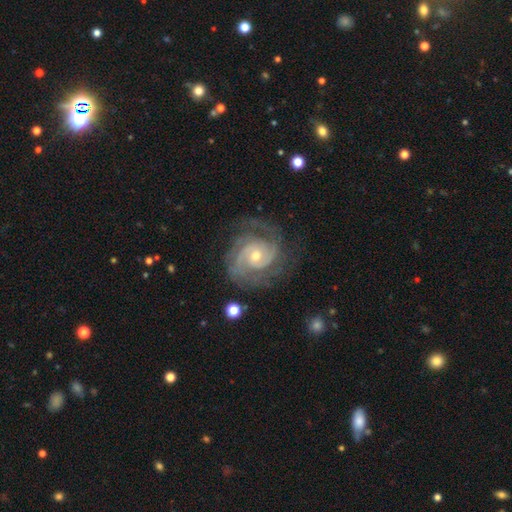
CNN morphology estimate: smooth_or_featured: featured or disk (p=0.91) [alt: star or artifact p=0.05]
disk_edge_on: no (p=0.98) [alt: yes p=0.02]
bar: no (p=0.67) [alt: weak p=0.27]
has_spiral_arms: yes (p=0.98) [alt: no p=0.02]
spiral_winding: tight (p=0.61) [alt: medium p=0.34]
spiral_arm_count: 2 (p=0.49) [alt: 3 p=0.24]
bulge_size: small (p=0.53) [alt: moderate p=0.44]
merging: none (p=0.73) [alt: minor disturbance p=0.17]